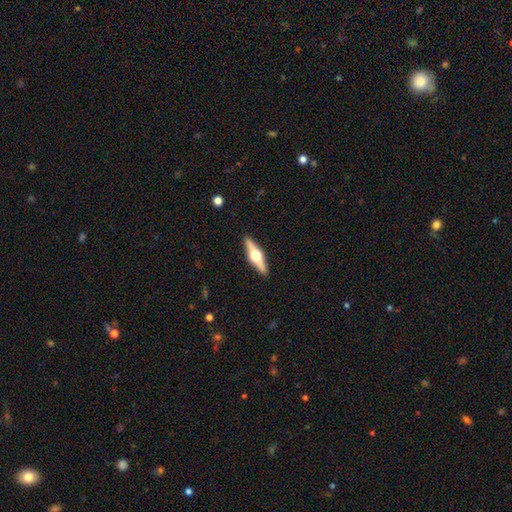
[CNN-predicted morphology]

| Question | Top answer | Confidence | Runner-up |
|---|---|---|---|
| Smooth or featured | featured or disk | 72% | smooth (23%) |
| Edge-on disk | yes | 97% | no (3%) |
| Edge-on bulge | rounded | 95% | boxy (3%) |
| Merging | none | 91% | minor disturbance (6%) |